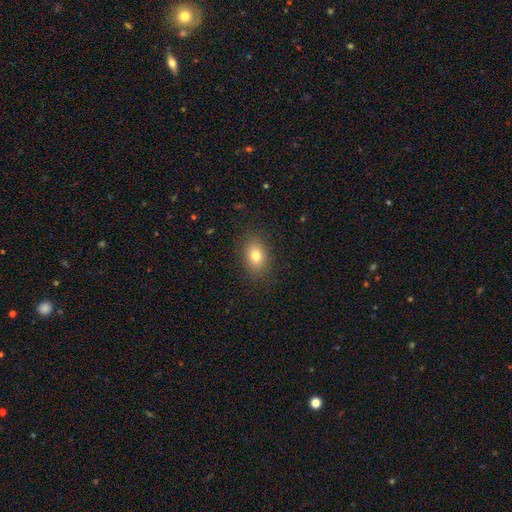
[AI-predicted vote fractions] smooth_or_featured: smooth (p=0.78) [alt: featured or disk p=0.11]
how_rounded: in between (p=0.71) [alt: round p=0.28]
merging: none (p=0.86) [alt: minor disturbance p=0.10]